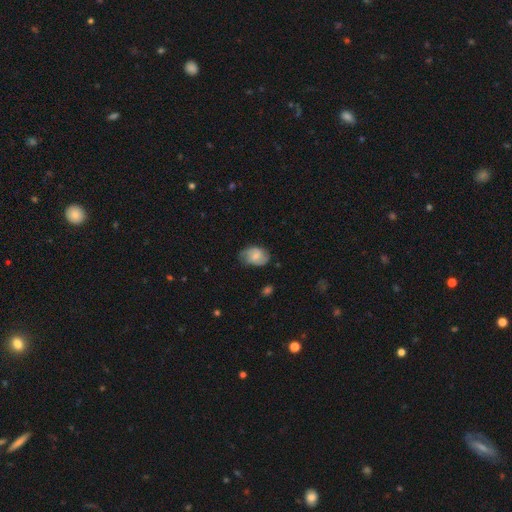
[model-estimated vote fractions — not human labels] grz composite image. It shows a smooth galaxy with no disk features (51%) that is in between round and cigar-shaped (78%). Merging: none (64%).